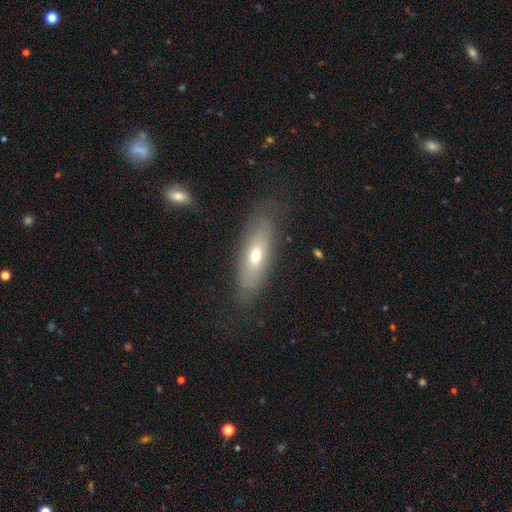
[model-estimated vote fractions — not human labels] smooth 56%, featured or disk 36%, star or artifact 8%. Down the decision tree: how rounded — in between (57%); merging — none (76%).